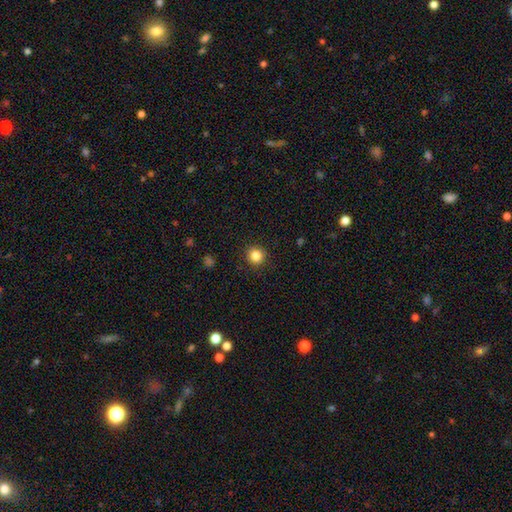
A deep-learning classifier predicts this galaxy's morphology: smooth_or_featured: smooth (p=0.84) [alt: star or artifact p=0.11]
how_rounded: round (p=0.92) [alt: in between p=0.07]
merging: none (p=0.91) [alt: minor disturbance p=0.06]